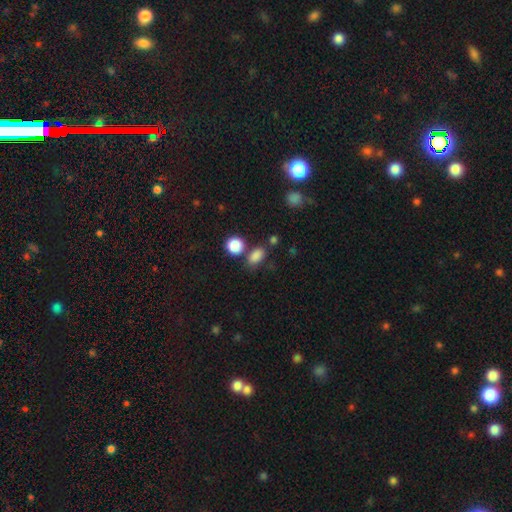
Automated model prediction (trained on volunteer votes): A smooth galaxy with no disk features (84%) that is in between round and cigar-shaped (70%).

Vote fractions:
- Smooth or featured? smooth: 84% / star or artifact: 12% / featured or disk: 5%
- How rounded? in between: 70% / round: 28% / cigar-shaped: 2%
- Merging? none: 66% / merger: 16% / minor disturbance: 14% / major disturbance: 5%